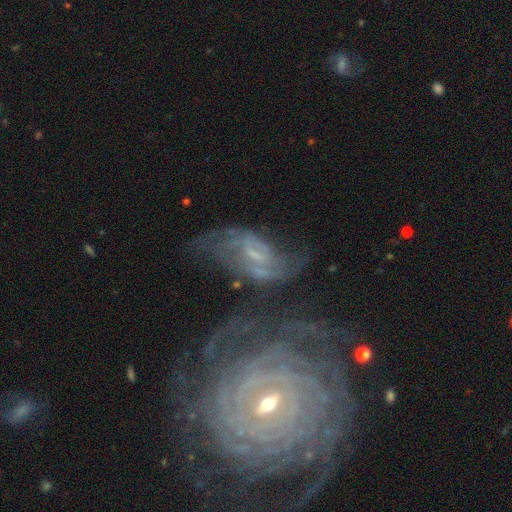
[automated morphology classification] The model was most divided on "spiral winding": medium: 40%, loose: 33%, tight: 28%. Remaining: edge-on disk — no (96%); spiral arms — yes (84%); smooth or featured — featured or disk (77%); spiral arm count — 2 (55%); bar — weak (48%); bulge size — small (45%); merging — none (40%).